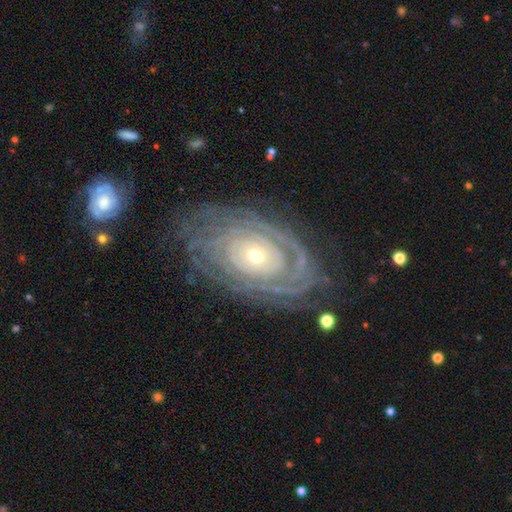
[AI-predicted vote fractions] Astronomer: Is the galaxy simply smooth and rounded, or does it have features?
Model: featured or disk — 86%.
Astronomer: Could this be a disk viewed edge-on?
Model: no — 95%.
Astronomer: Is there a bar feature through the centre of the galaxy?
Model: no — 84%.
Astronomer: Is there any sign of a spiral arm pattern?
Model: yes — 91%.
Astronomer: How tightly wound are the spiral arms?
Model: tight — 85%.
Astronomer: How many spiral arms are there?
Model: can't tell — 39% (runner-up: more than 4, 16%).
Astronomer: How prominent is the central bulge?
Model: small — 54% (runner-up: moderate, 42%).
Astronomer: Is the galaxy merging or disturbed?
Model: none — 75%.